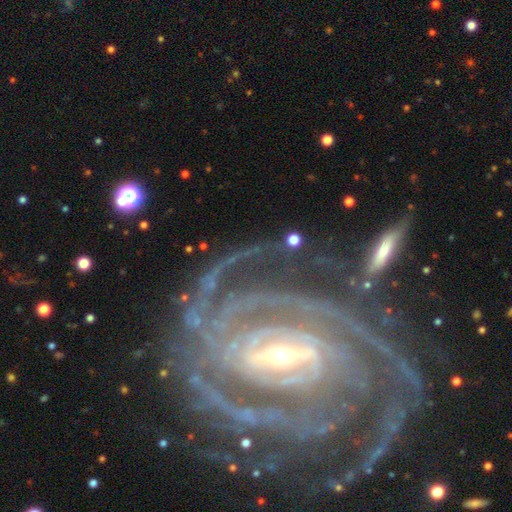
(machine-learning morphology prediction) Q: Smooth or featured?
A: featured or disk (90%); runner-up: star or artifact (6%)
Q: Edge-on disk?
A: no (96%); runner-up: yes (4%)
Q: Bar?
A: strong (59%); runner-up: weak (28%)
Q: Spiral arms?
A: yes (97%); runner-up: no (3%)
Q: Spiral winding?
A: tight (73%); runner-up: medium (22%)
Q: Spiral arm count?
A: 3 (21%); runner-up: can't tell (20%)
Q: Bulge size?
A: small (55%); runner-up: moderate (40%)
Q: Merging?
A: none (65%); runner-up: minor disturbance (17%)